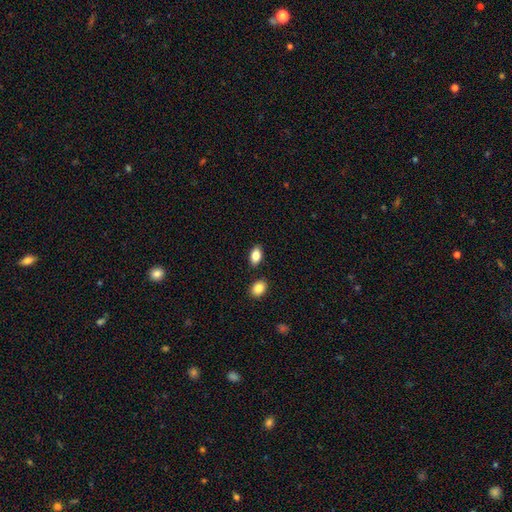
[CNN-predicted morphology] Smooth or featured? Predicted: smooth (p=0.85). How rounded? Predicted: in between (p=0.90). Merging? Predicted: none (p=0.83).